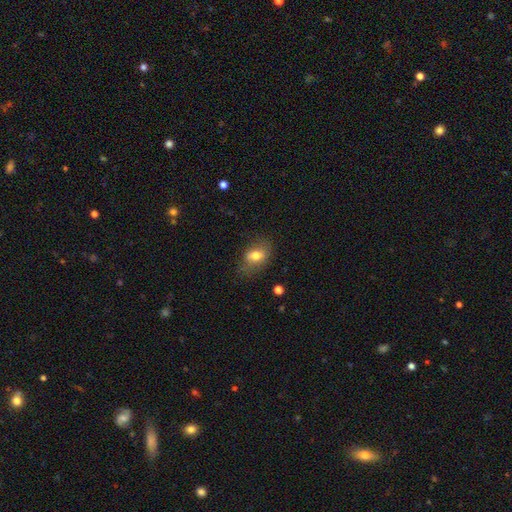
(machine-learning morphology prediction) type=smooth (73%); roundness=in between (77%); merging=none (66%).